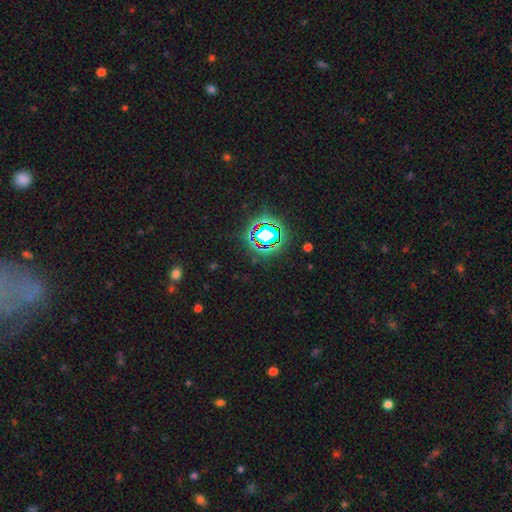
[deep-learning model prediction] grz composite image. It shows a star or artifact, not a galaxy (81%).